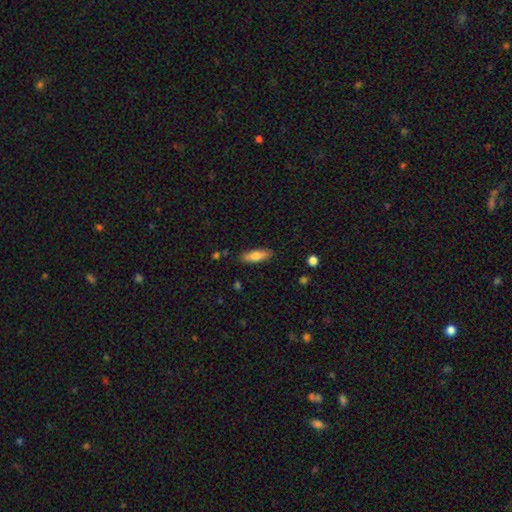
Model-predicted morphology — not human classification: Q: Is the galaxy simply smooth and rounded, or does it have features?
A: smooth — 72%.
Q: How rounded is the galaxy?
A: in between — 50%.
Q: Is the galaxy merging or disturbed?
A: none — 86%.